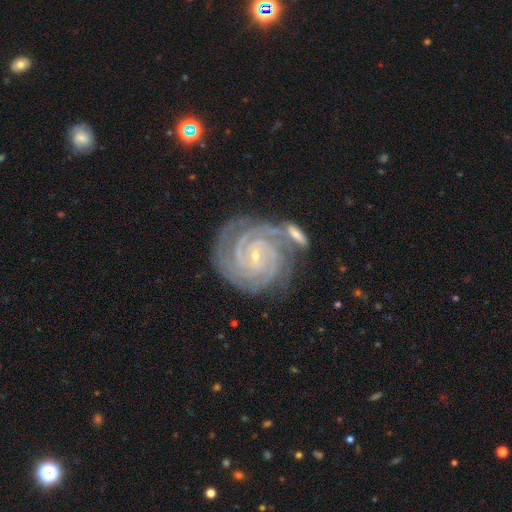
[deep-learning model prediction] Smooth or featured? Predicted: featured or disk (p=0.92). Edge-on disk? Predicted: no (p=0.98). Bar? Predicted: no (p=0.51). Spiral arms? Predicted: yes (p=0.99). Spiral winding? Predicted: tight (p=0.85). Spiral arm count? Predicted: 3 (p=0.28). Bulge size? Predicted: small (p=0.85). Merging? Predicted: none (p=0.60).